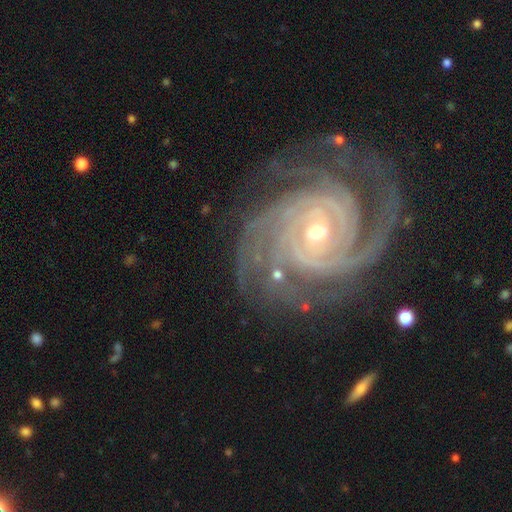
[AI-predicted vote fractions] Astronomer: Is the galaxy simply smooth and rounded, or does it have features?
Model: featured or disk — 93%.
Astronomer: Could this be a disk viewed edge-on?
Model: no — 98%.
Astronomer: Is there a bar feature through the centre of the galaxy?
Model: no — 51% (runner-up: weak, 32%).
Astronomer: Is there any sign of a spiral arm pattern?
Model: yes — 99%.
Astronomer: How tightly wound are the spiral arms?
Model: tight — 80%.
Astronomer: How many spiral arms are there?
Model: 3 — 26% (runner-up: 4, 23%).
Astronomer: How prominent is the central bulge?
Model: small — 48%, tied with moderate at 48%.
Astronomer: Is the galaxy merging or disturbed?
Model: none — 73%.